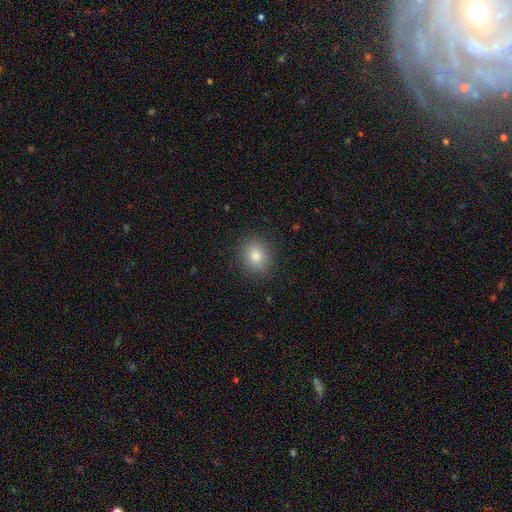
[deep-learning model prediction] smooth-or-featured: smooth: 82% | star or artifact: 11% | featured or disk: 7%
  how-rounded: round: 70% | in between: 29% | cigar-shaped: 1%
  merging: none: 90% | minor disturbance: 7% | major disturbance: 2% | merger: 1%